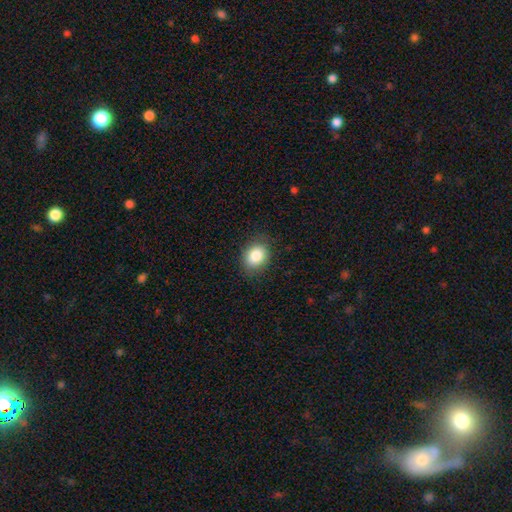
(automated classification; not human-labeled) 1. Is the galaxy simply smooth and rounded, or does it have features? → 84% smooth, 9% star or artifact, 7% featured or disk.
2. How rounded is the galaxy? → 54% in between, 45% round, 1% cigar-shaped.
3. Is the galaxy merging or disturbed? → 84% none, 12% minor disturbance, 3% major disturbance, 1% merger.